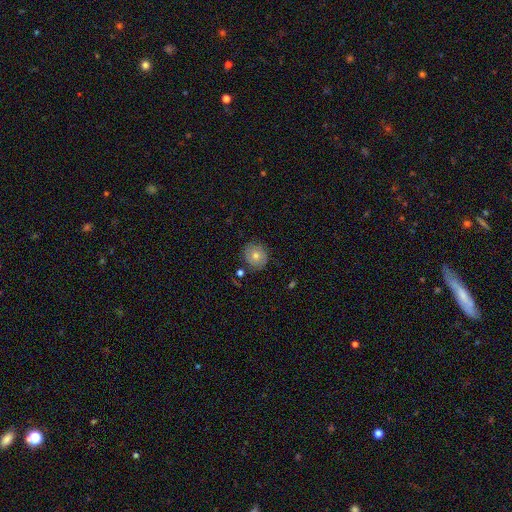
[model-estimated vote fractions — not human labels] smooth 52%, featured or disk 37%, star or artifact 11%. Down the decision tree: how rounded — round (85%); merging — none (82%).